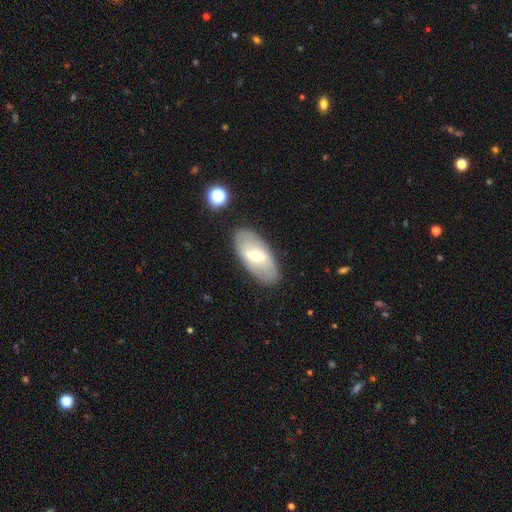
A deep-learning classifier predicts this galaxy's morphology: This is possibly a smooth galaxy (49%). Merging: clearly none (81%).